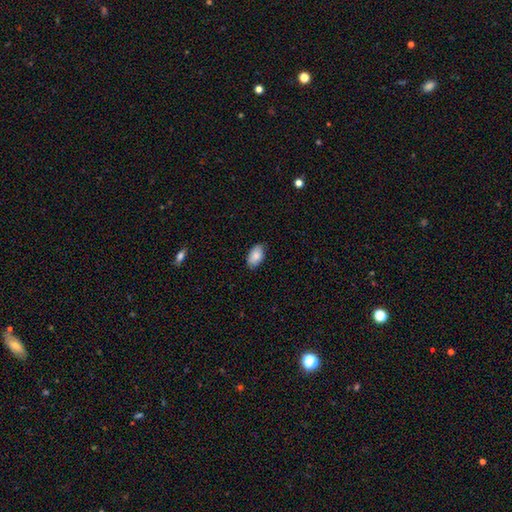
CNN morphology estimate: A smooth galaxy with no disk features (85%) that is in between round and cigar-shaped (94%).

Vote fractions:
- Smooth or featured? smooth: 85% / featured or disk: 8% / star or artifact: 7%
- How rounded? in between: 94% / round: 5% / cigar-shaped: 2%
- Merging? none: 84% / minor disturbance: 13% / major disturbance: 2% / merger: 1%